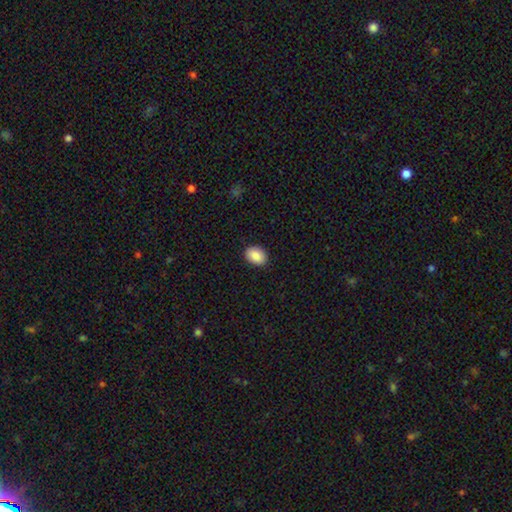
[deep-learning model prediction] A smooth galaxy with no disk features (88%) that is in between round and cigar-shaped (78%). Merging: none (89%).